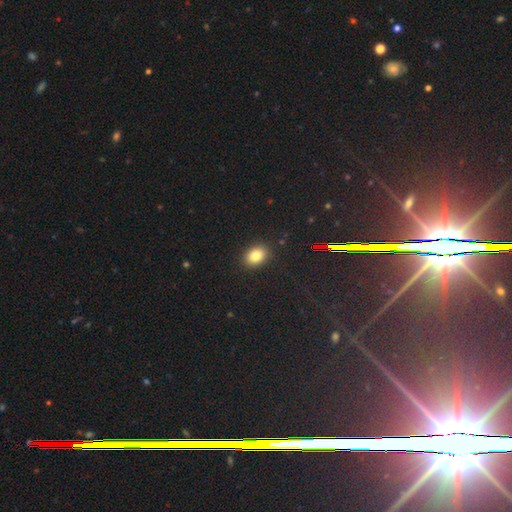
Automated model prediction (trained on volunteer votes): The model was most divided on "how rounded": in between: 69%, round: 30%, cigar-shaped: 1%. More confident: merging — none (89%); smooth or featured — smooth (82%).